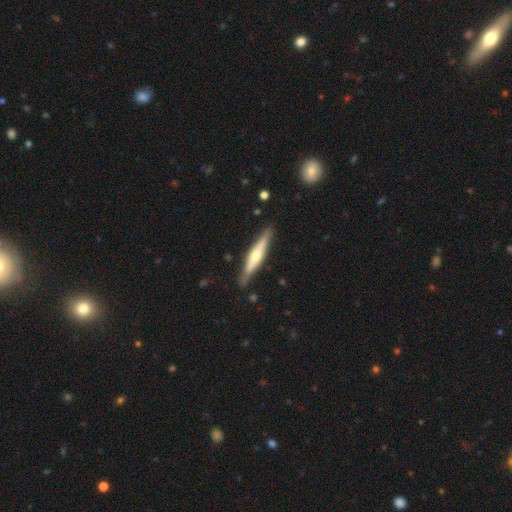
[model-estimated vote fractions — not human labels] Q: Smooth or featured?
A: featured or disk (62%); runner-up: smooth (33%)
Q: Edge-on disk?
A: yes (95%); runner-up: no (5%)
Q: Edge-on bulge?
A: rounded (80%); runner-up: boxy (12%)
Q: Merging?
A: none (84%); runner-up: minor disturbance (12%)